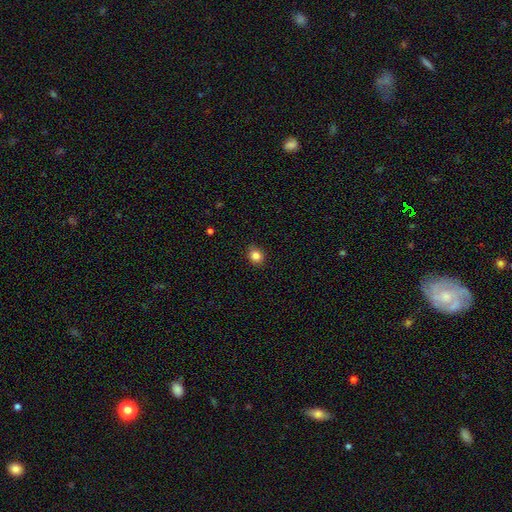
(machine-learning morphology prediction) Overall: smooth (84%). How rounded: round (76%). Merging: none (88%).